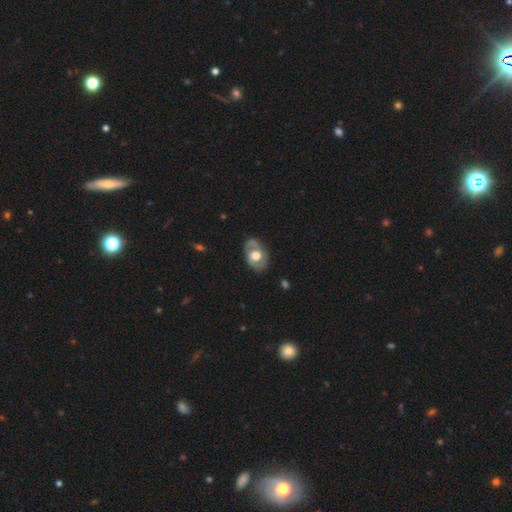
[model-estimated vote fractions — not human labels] smooth-or-featured: featured or disk: 65% | smooth: 29% | star or artifact: 5%
  disk-edge-on: no: 94% | yes: 6%
    bar: no: 72% | weak: 23% | strong: 5%
    has-spiral-arms: yes: 61% | no: 39%
    bulge-size: moderate: 49% | large: 44% | small: 3% | dominant: 3% | none: 1%
  merging: none: 72% | minor disturbance: 20% | major disturbance: 6% | merger: 2%